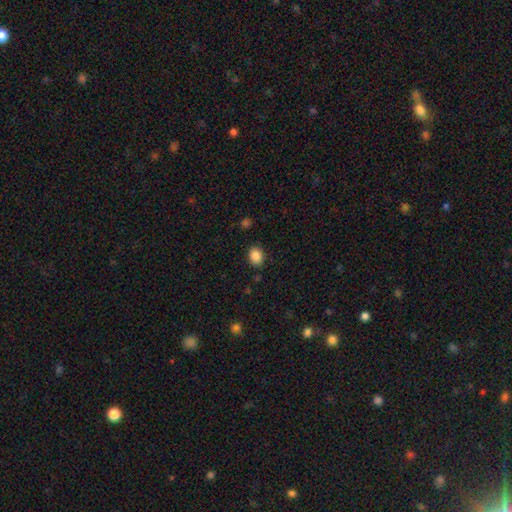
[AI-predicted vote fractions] smooth 87%, star or artifact 10%, featured or disk 4%. Down the decision tree: how rounded — in between (52%); merging — none (87%).